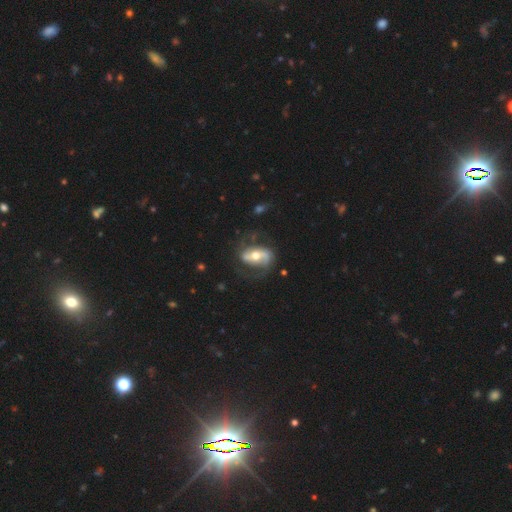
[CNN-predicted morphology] type=featured or disk (78%); edge-on=no (95%); bar=strong (40%); spiral arms=yes (88%); winding=loose (43%); arm count=2 (84%); bulge=moderate (71%); merging=none (64%).